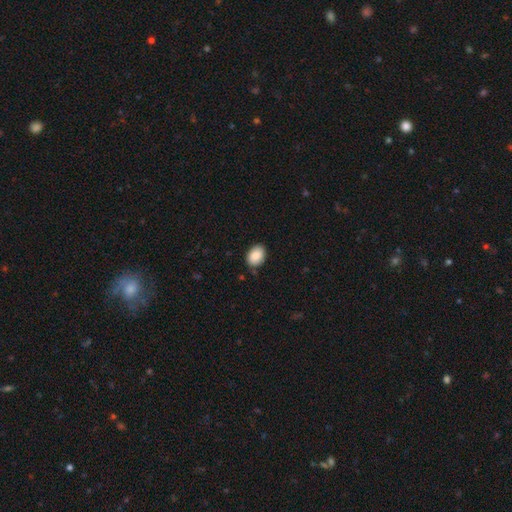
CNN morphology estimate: This is clearly a smooth galaxy (89%). How rounded: clearly in between (80%). Merging: clearly none (85%).